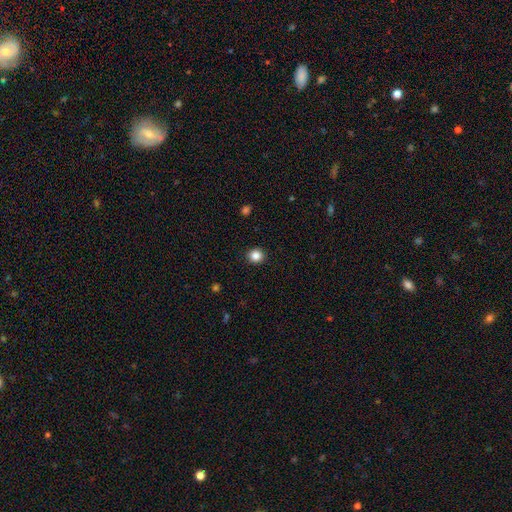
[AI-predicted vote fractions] Q: Smooth or featured?
A: smooth (85%); runner-up: star or artifact (11%)
Q: How rounded?
A: round (88%); runner-up: in between (11%)
Q: Merging?
A: none (92%); runner-up: minor disturbance (5%)